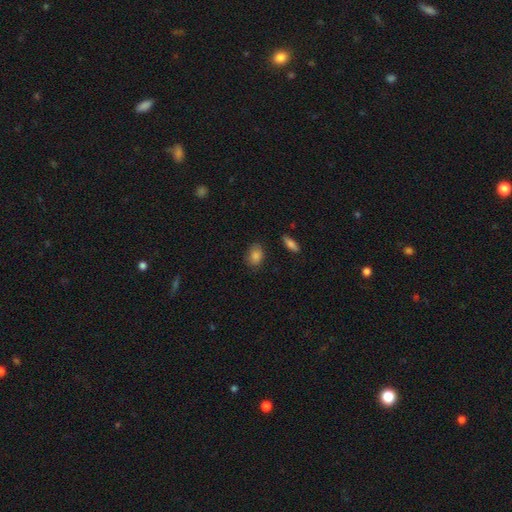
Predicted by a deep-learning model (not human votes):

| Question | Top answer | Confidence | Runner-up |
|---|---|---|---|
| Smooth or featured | smooth | 86% | star or artifact (8%) |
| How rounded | in between | 77% | round (21%) |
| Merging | none | 81% | minor disturbance (14%) |